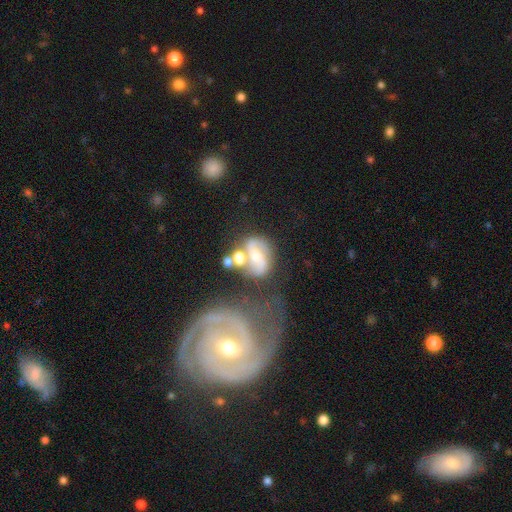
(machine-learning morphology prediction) Smooth or featured? featured or disk (63%)
Edge-on disk? no (97%)
Bar? no (39%)
Spiral arms? yes (83%)
Spiral winding? medium (42%)
Spiral arm count? 2 (85%)
Bulge size? moderate (42%)
Merging? none (37%)